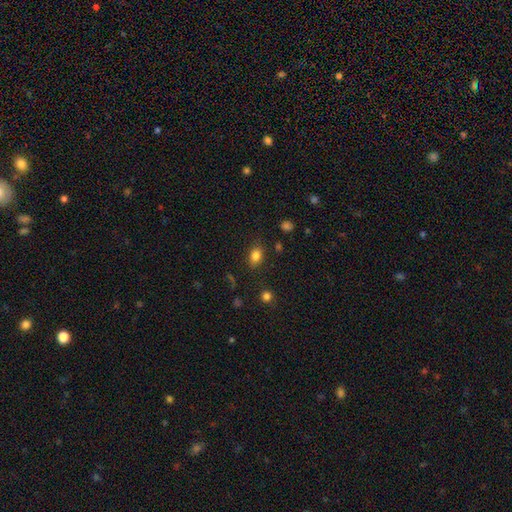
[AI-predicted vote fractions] The model was most divided on "how rounded": in between: 74%, round: 24%, cigar-shaped: 2%. More confident: merging — none (83%); smooth or featured — smooth (83%).